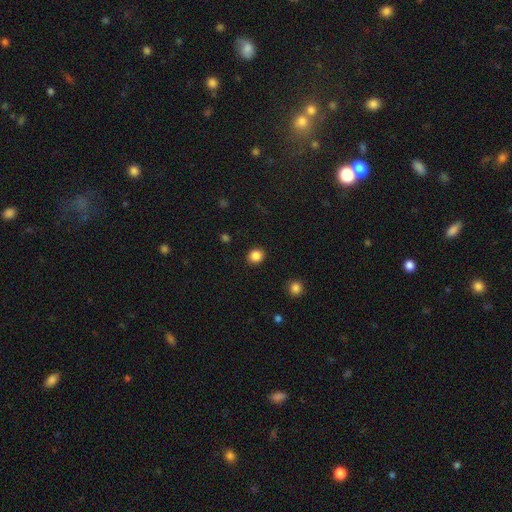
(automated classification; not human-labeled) Morphology: type=smooth (86%); roundness=round (78%); merging=none (90%).